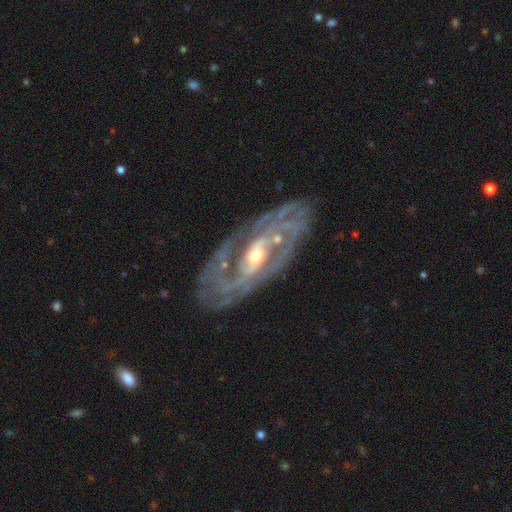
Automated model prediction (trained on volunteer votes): This appears to be a featured or disk galaxy (90%) with no bar (37%), 2 (53%) tight (54%) spiral arms (95%) and a moderate central bulge (52%). Merging: none (72%).